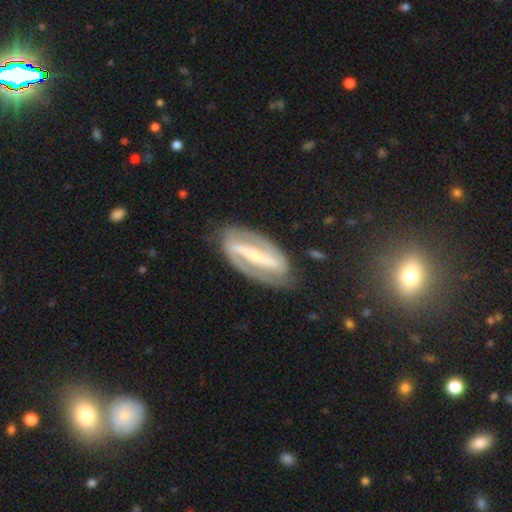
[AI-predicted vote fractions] This appears to be a featured or disk galaxy (89%) with a strong bar (81%), 2 (92%) medium (43%) spiral arms (93%) and a small central bulge (59%). Merging: none (82%).